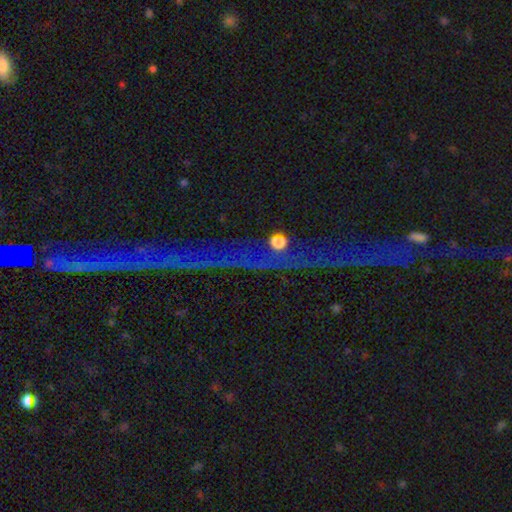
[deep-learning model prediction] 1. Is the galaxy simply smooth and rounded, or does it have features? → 78% star or artifact, 13% featured or disk, 9% smooth.